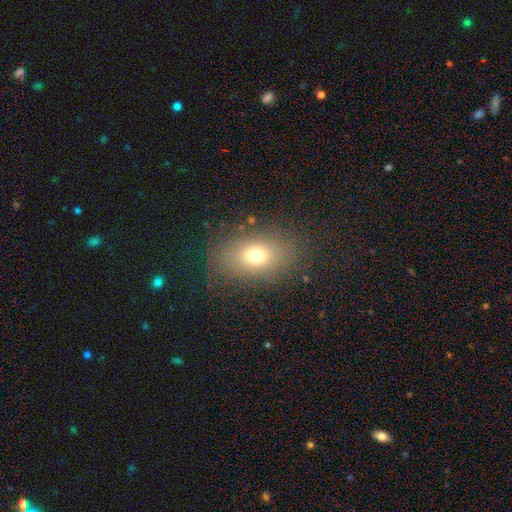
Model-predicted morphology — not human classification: Smooth or featured: smooth — 71% (star or artifact — 15%)
How rounded: in between — 78% (round — 20%)
Merging: none — 82% (minor disturbance — 11%)